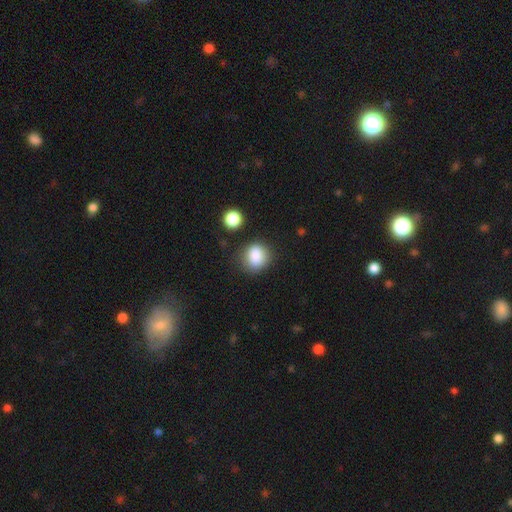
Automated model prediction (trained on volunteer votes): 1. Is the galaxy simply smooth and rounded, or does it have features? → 85% smooth, 10% star or artifact, 5% featured or disk.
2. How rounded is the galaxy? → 71% round, 28% in between, 1% cigar-shaped.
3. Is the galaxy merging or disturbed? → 76% none, 15% minor disturbance, 5% merger, 4% major disturbance.